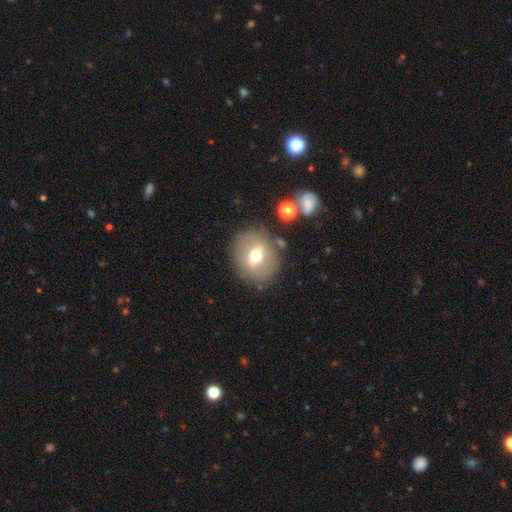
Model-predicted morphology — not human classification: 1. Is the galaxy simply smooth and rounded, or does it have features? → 55% smooth, 35% featured or disk, 10% star or artifact.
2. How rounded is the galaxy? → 65% round, 34% in between, 1% cigar-shaped.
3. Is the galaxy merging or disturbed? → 80% none, 12% minor disturbance, 5% major disturbance, 4% merger.